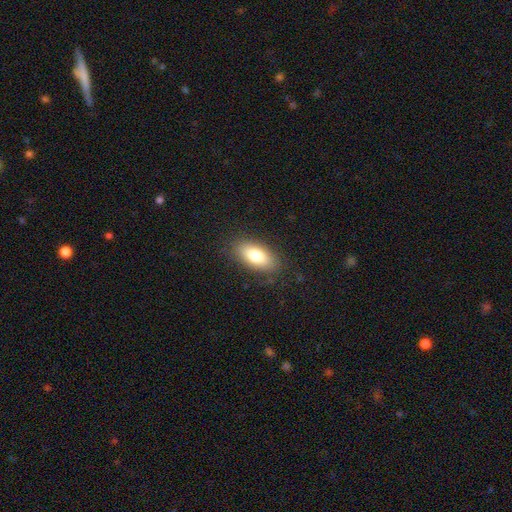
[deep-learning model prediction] The model was most divided on "smooth or featured": smooth: 78%, featured or disk: 14%, star or artifact: 8%. More confident: how rounded — in between (88%); merging — none (85%).